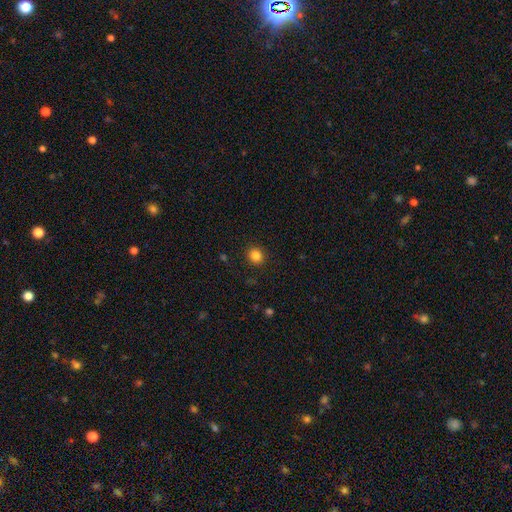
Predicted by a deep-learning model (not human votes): Overall: smooth (84%). How rounded: round (82%). Merging: none (91%).